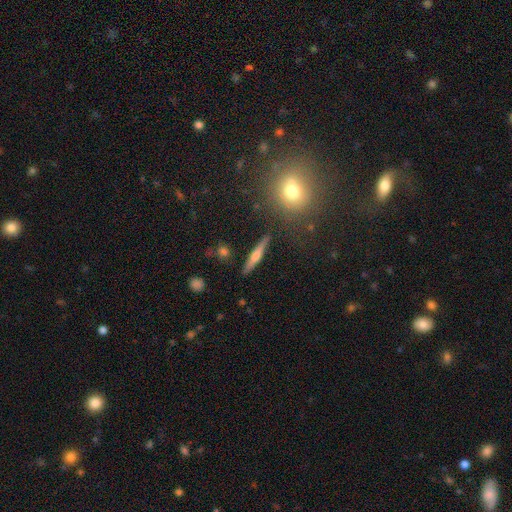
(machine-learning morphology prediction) This is possibly a featured or disk galaxy (57%). It is clearly viewed edge-on (95%). Edge-on bulge: clearly rounded (86%). Merging: clearly none (88%).